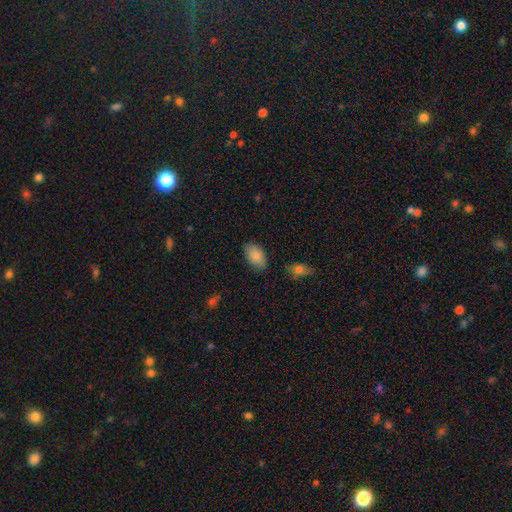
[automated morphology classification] smooth_or_featured: smooth (p=0.87) [alt: star or artifact p=0.07]
how_rounded: in between (p=0.93) [alt: round p=0.06]
merging: none (p=0.82) [alt: minor disturbance p=0.13]